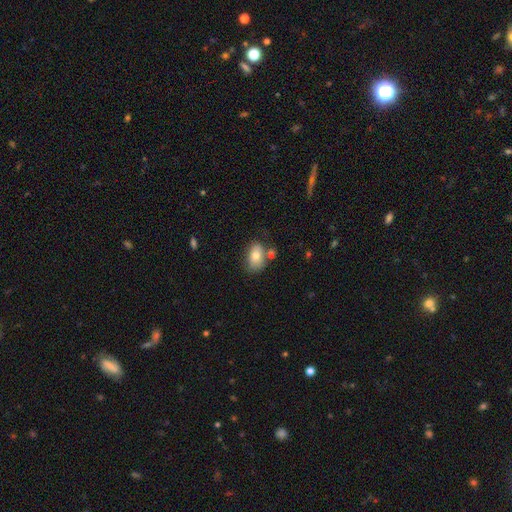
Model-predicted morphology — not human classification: Smooth or featured?
  - smooth: 76% *
  - featured or disk: 16%
  - star or artifact: 8%
How rounded?
  - in between: 86% *
  - round: 13%
  - cigar-shaped: 2%
Merging?
  - none: 58% *
  - merger: 18%
  - minor disturbance: 18%
  - major disturbance: 5%